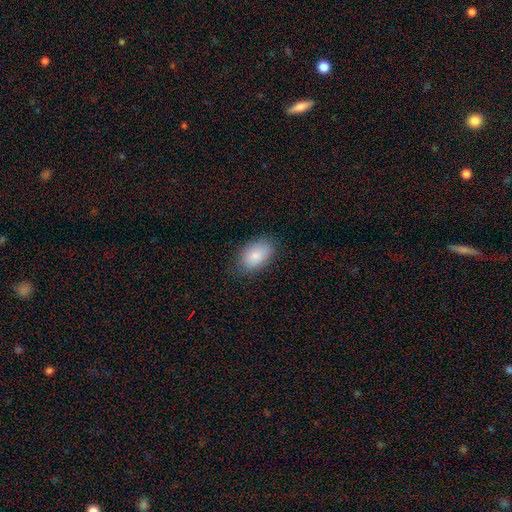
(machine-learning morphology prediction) A smooth galaxy with no disk features (85%) that is in between round and cigar-shaped (91%). Merging: none (80%).